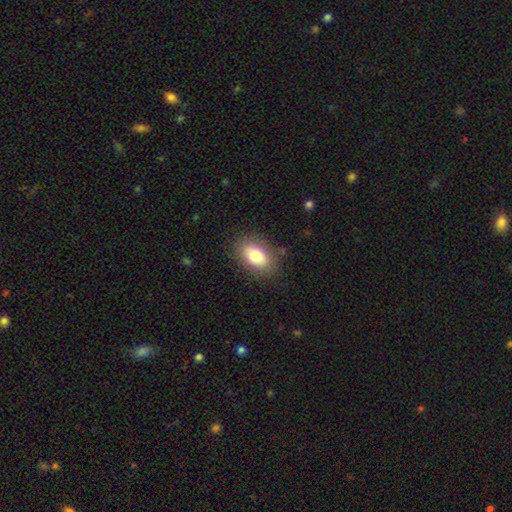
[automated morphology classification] Smooth or featured?
  - smooth: 80% *
  - featured or disk: 12%
  - star or artifact: 8%
How rounded?
  - in between: 88% *
  - round: 10%
  - cigar-shaped: 2%
Merging?
  - none: 84% *
  - minor disturbance: 12%
  - major disturbance: 4%
  - merger: 1%